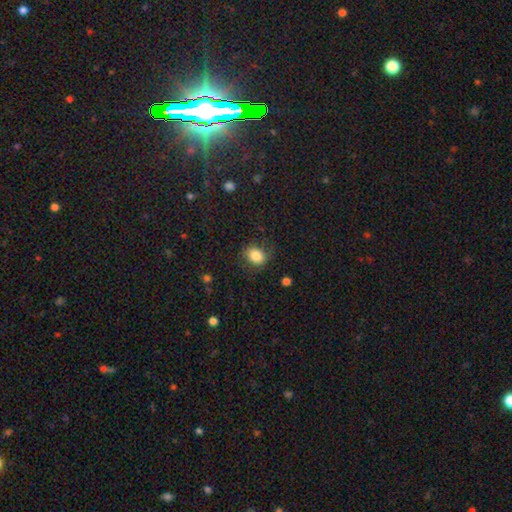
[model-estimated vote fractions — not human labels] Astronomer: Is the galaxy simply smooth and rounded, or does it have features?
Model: smooth — 83%.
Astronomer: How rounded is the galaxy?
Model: in between — 52% (runner-up: round, 47%).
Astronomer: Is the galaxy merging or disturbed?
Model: none — 75%.